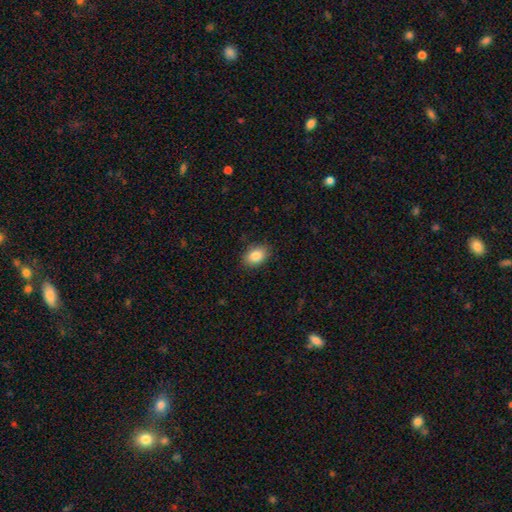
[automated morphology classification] Smooth or featured? Predicted: smooth (p=0.87). How rounded? Predicted: in between (p=0.82). Merging? Predicted: none (p=0.85).